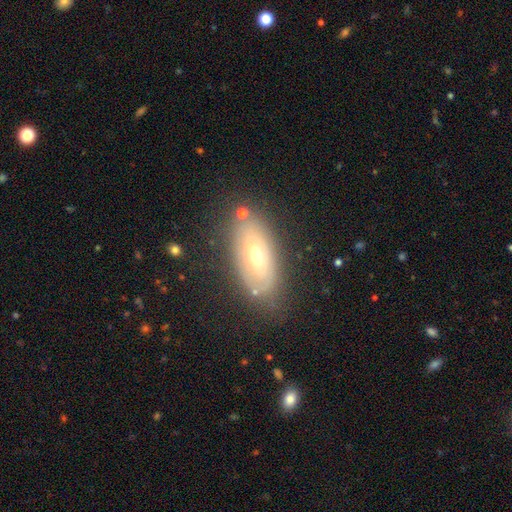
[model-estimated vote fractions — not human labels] Smooth or featured? smooth (48%)
Merging? none (77%)